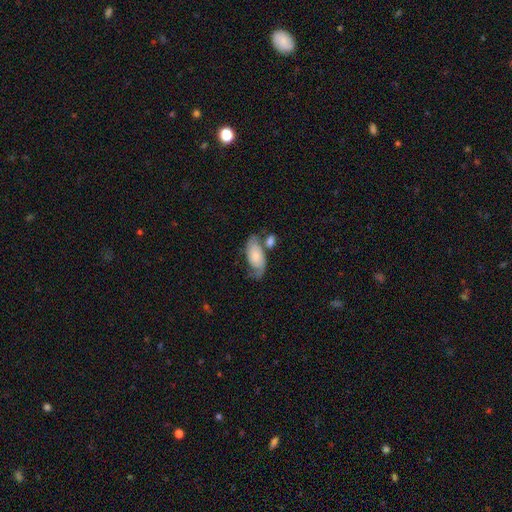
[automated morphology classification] Overall: featured or disk (50%; smooth 44%). Merging: none (44%; merger 24%).